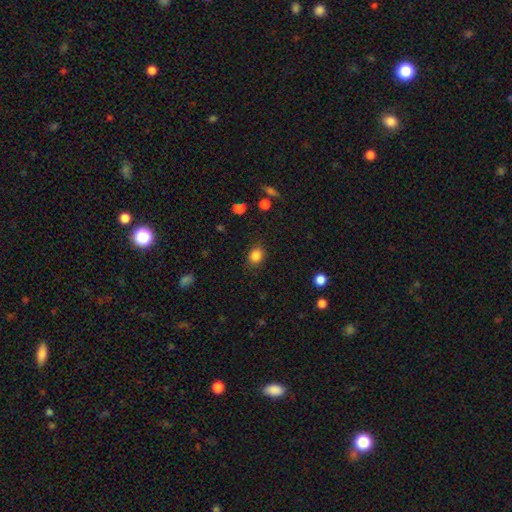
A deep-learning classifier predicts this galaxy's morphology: Overall: smooth (84%). How rounded: round (54%; in between 45%). Merging: none (85%).